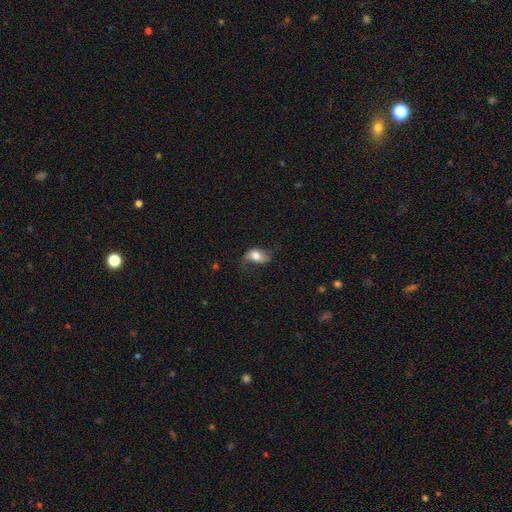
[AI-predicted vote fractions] Smooth or featured? smooth (56%)
How rounded? in between (82%)
Merging? none (47%)